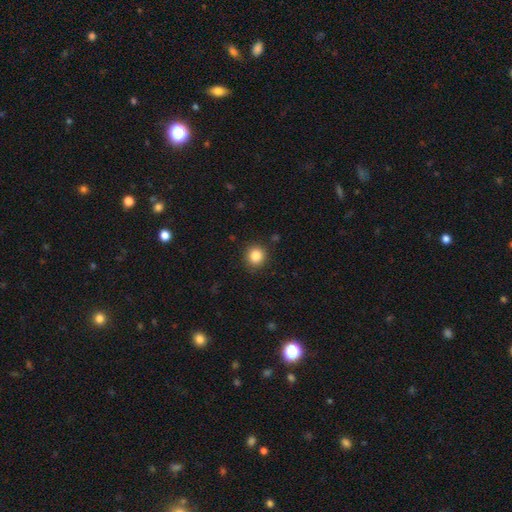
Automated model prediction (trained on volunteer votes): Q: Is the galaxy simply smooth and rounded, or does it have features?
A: smooth — 84%.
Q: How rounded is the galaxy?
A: round — 89%.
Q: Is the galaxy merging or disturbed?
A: none — 89%.